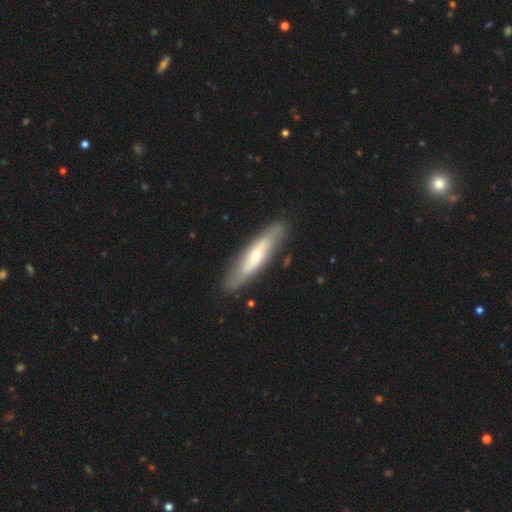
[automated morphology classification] Smooth or featured: featured or disk — 53% (smooth — 41%)
Edge-on disk: yes — 56% (no — 44%)
Merging: none — 85% (minor disturbance — 11%)